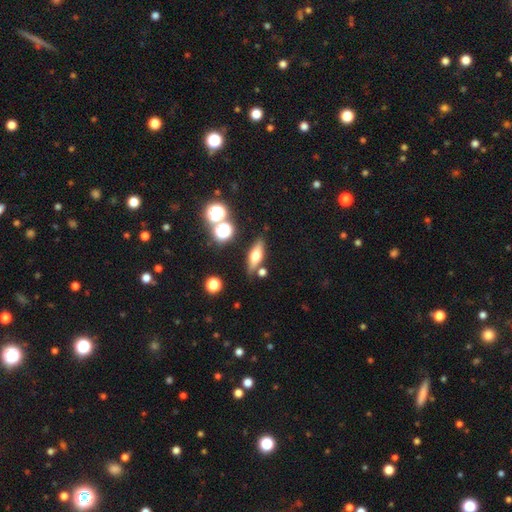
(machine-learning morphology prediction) smooth_or_featured: smooth (p=0.49) [alt: featured or disk p=0.40]
merging: none (p=0.78) [alt: minor disturbance p=0.12]